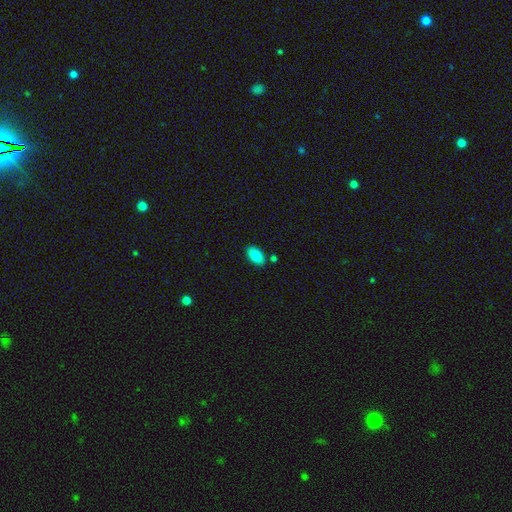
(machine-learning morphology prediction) smooth 83%, featured or disk 9%, star or artifact 7%. Down the decision tree: how rounded — in between (94%); merging — none (82%).